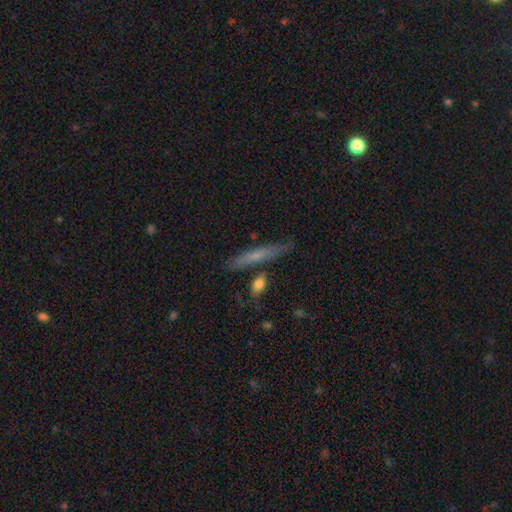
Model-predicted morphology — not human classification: Q: Smooth or featured?
A: smooth (52%); runner-up: featured or disk (40%)
Q: How rounded?
A: cigar-shaped (91%); runner-up: in between (6%)
Q: Merging?
A: none (80%); runner-up: minor disturbance (12%)